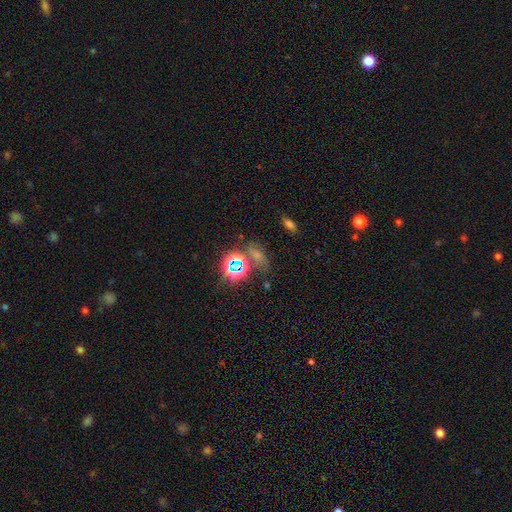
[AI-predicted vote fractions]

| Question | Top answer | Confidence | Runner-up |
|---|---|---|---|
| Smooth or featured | star or artifact | 49% | smooth (40%) |